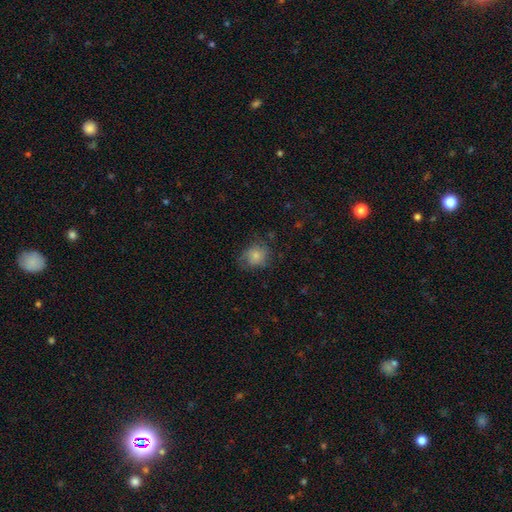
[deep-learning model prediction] Smooth or featured? smooth (77%)
How rounded? round (69%)
Merging? none (62%)